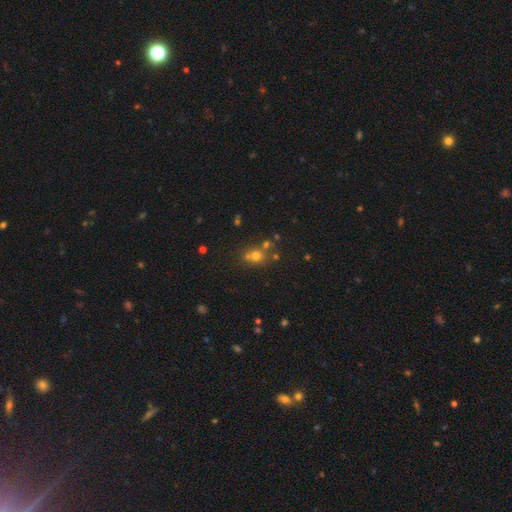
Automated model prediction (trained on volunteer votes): Q: Smooth or featured?
A: smooth (62%); runner-up: star or artifact (24%)
Q: How rounded?
A: round (76%); runner-up: in between (23%)
Q: Merging?
A: none (54%); runner-up: merger (31%)